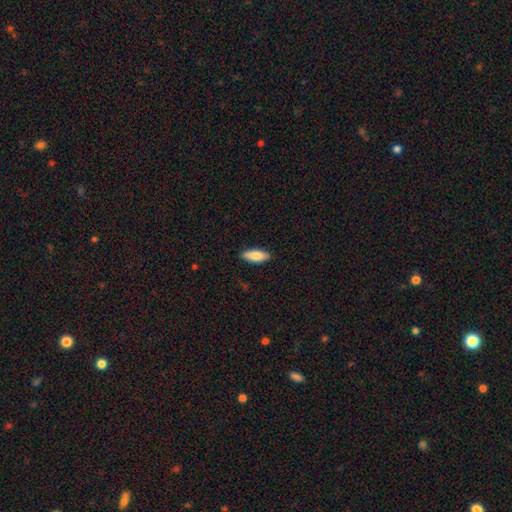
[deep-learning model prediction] smooth-or-featured: smooth: 79% | featured or disk: 15% | star or artifact: 6%
  how-rounded: in between: 71% | cigar-shaped: 26% | round: 2%
  merging: none: 89% | minor disturbance: 8% | major disturbance: 2% | merger: 1%